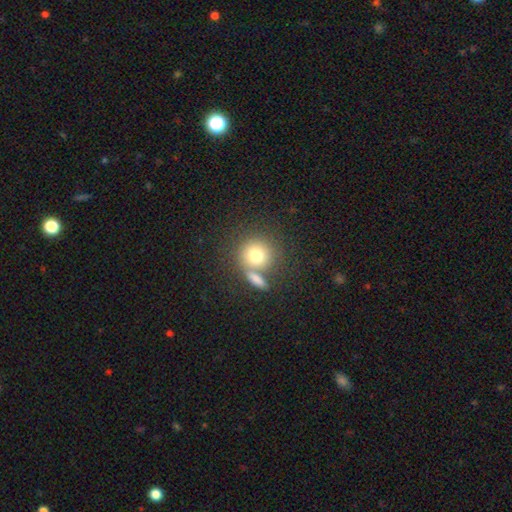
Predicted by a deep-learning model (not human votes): smooth_or_featured: smooth (p=0.77) [alt: featured or disk p=0.13]
how_rounded: round (p=0.88) [alt: in between p=0.11]
merging: none (p=0.55) [alt: merger p=0.31]